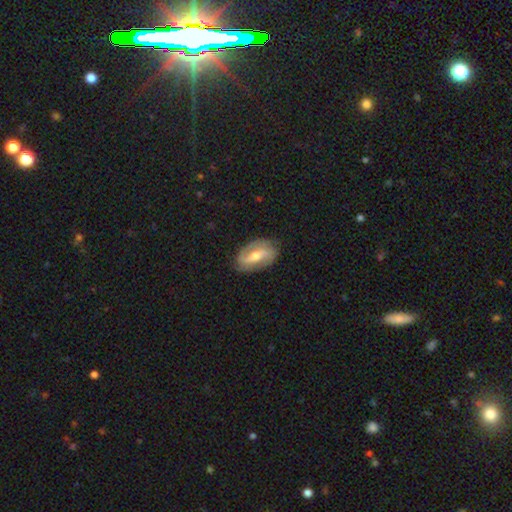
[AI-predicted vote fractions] Overall: featured or disk (72%). Edge-on disk: no (93%). Bar: strong (49%; weak 35%). Spiral arms: yes (83%). Spiral arm count: 2 (83%). Spiral winding: medium (39%; tight 32%). Bulge size: moderate (62%; small 30%). Merging: none (81%).